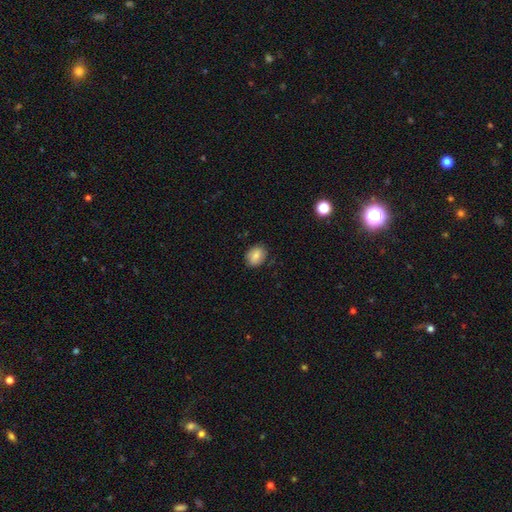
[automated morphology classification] The model was most divided on "how rounded": in between: 65%, round: 34%, cigar-shaped: 1%. More confident: merging — none (83%); smooth or featured — smooth (82%).